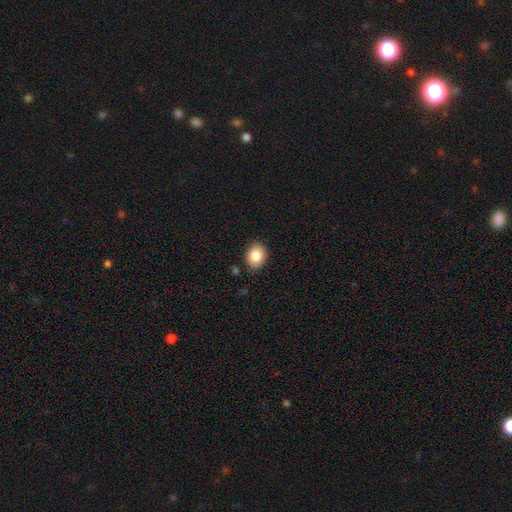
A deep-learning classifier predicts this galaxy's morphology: A smooth galaxy with no disk features (85%) that is in between round and cigar-shaped (62%). Merging: none (85%).